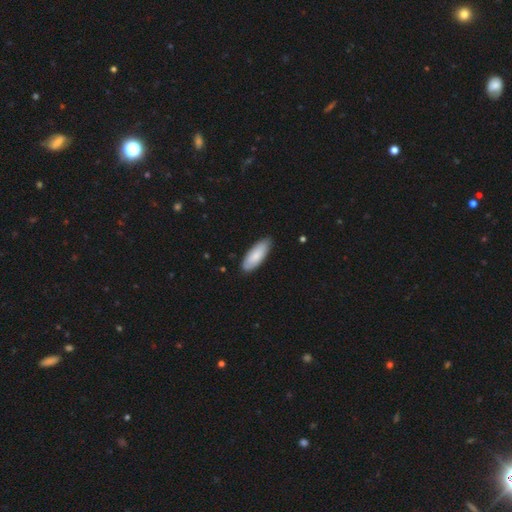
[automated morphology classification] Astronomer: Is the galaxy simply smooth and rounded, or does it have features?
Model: smooth — 78%.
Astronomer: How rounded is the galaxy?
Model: in between — 75%.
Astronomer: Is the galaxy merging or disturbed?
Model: none — 80%.